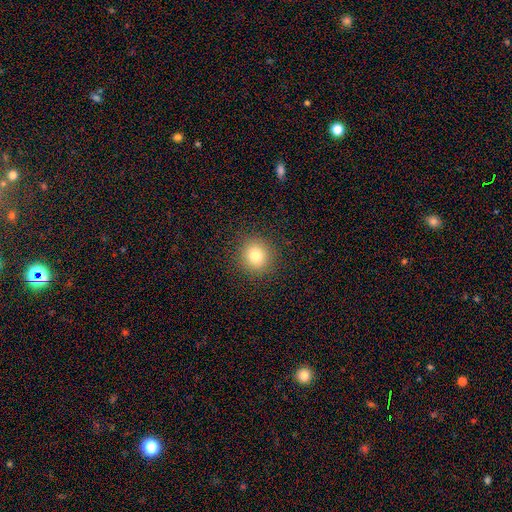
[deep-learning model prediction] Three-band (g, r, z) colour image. It shows a smooth galaxy with no disk features (79%) that is round (88%). Merging: none (90%).